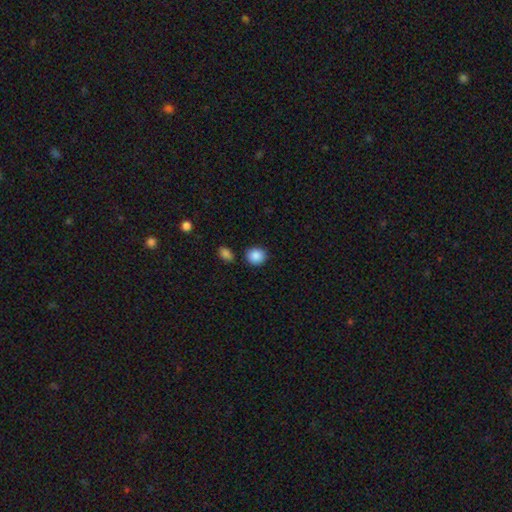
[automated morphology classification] type=smooth (88%); roundness=round (78%); merging=none (83%).